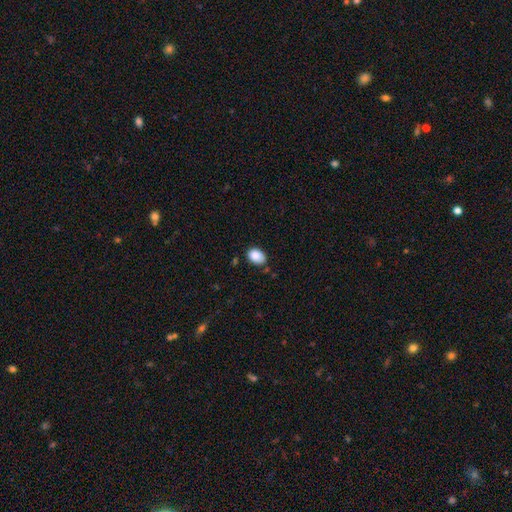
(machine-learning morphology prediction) Overall: smooth (88%). How rounded: in between (75%). Merging: none (75%).